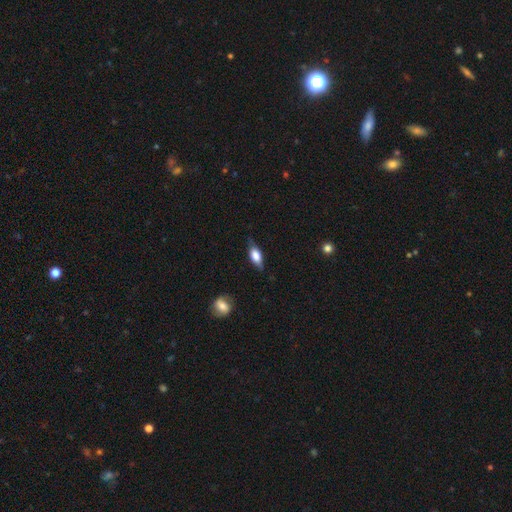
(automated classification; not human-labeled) The model was most divided on "smooth or featured": smooth: 70%, featured or disk: 24%, star or artifact: 7%. More confident: how rounded — in between (80%); merging — none (76%).